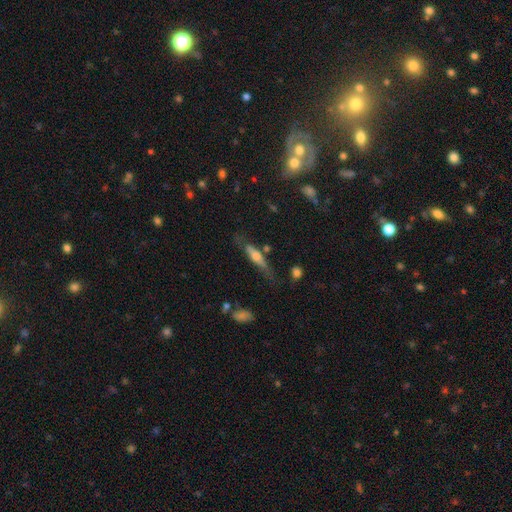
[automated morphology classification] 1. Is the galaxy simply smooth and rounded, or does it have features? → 53% featured or disk, 38% smooth, 9% star or artifact.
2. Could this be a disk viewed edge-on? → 87% yes, 13% no.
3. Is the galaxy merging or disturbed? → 64% none, 22% minor disturbance, 9% major disturbance, 5% merger.